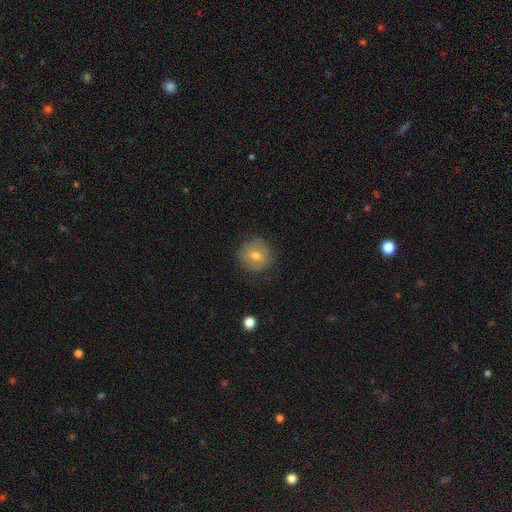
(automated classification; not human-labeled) Smooth or featured: smooth — 65% (featured or disk — 23%)
How rounded: round — 92% (in between — 7%)
Merging: none — 86% (minor disturbance — 10%)